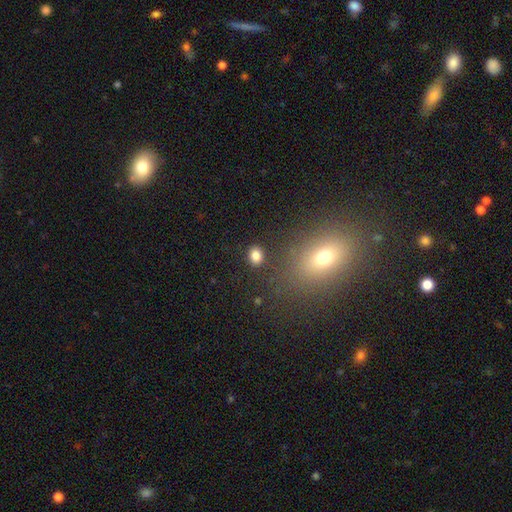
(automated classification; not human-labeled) Overall: smooth (83%). How rounded: round (50%; in between 49%). Merging: none (86%).